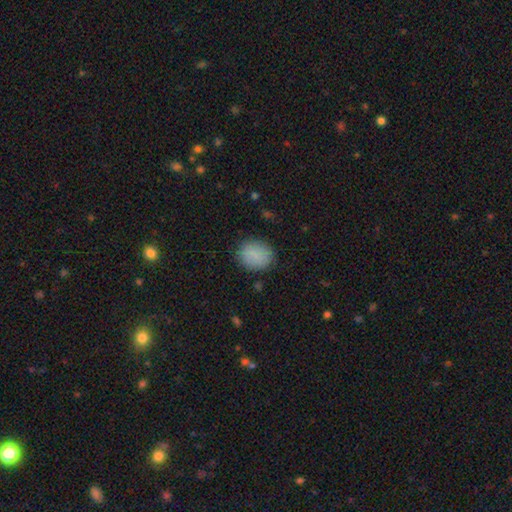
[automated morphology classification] A smooth galaxy with no disk features (85%) that is round (62%).

Vote fractions:
- Smooth or featured? smooth: 85% / star or artifact: 8% / featured or disk: 7%
- How rounded? round: 62% / in between: 37% / cigar-shaped: 1%
- Merging? none: 84% / minor disturbance: 12% / major disturbance: 3% / merger: 1%